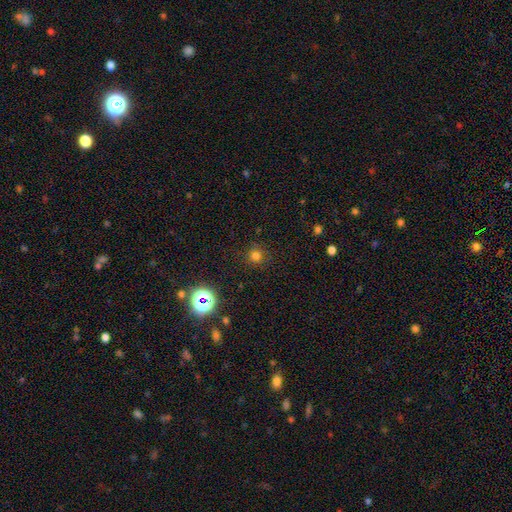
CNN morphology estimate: Q: Smooth or featured?
A: smooth (73%); runner-up: star or artifact (22%)
Q: How rounded?
A: round (94%); runner-up: in between (5%)
Q: Merging?
A: none (88%); runner-up: minor disturbance (8%)